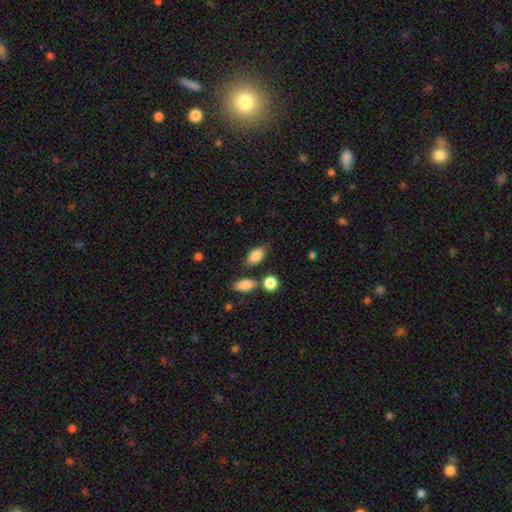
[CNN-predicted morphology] smooth-or-featured: smooth: 86% | star or artifact: 7% | featured or disk: 7%
  how-rounded: in between: 88% | round: 8% | cigar-shaped: 4%
  merging: none: 74% | minor disturbance: 14% | merger: 9% | major disturbance: 4%